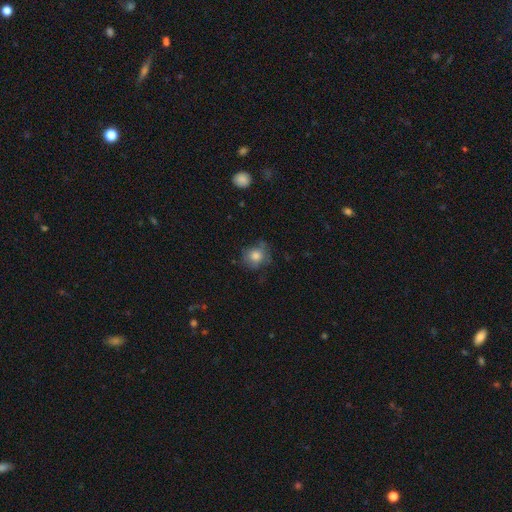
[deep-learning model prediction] Smooth or featured? Predicted: smooth (p=0.77). How rounded? Predicted: round (p=0.81). Merging? Predicted: none (p=0.64).